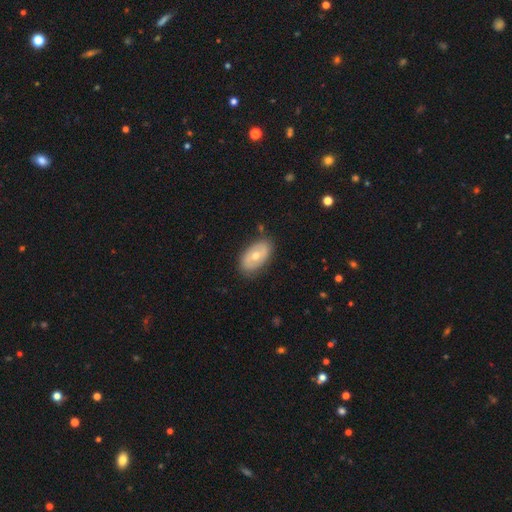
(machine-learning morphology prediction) Q: Smooth or featured?
A: smooth (48%); runner-up: featured or disk (47%)
Q: Merging?
A: none (81%); runner-up: minor disturbance (14%)